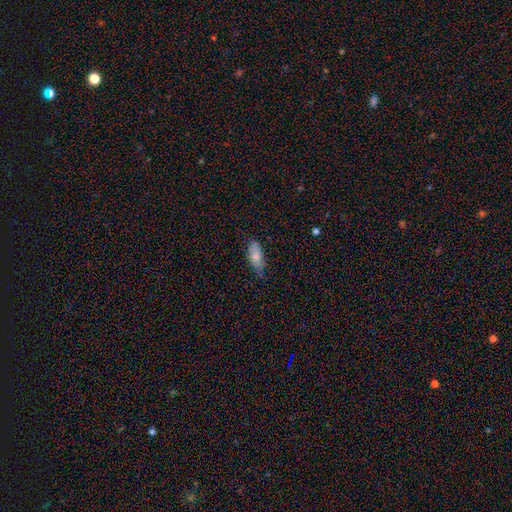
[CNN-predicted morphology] Q: Smooth or featured?
A: smooth (77%); runner-up: featured or disk (16%)
Q: How rounded?
A: in between (84%); runner-up: cigar-shaped (14%)
Q: Merging?
A: none (61%); runner-up: minor disturbance (32%)